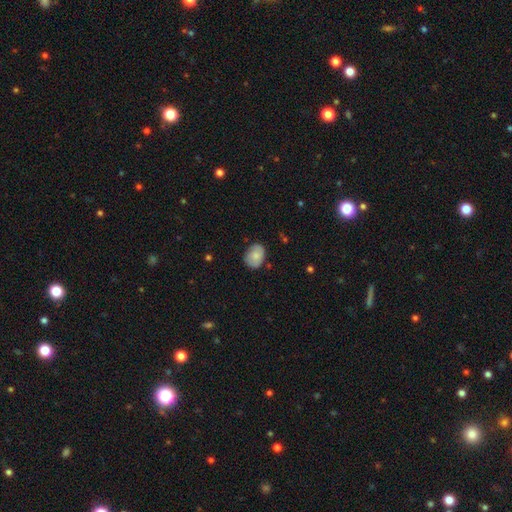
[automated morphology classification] type=smooth (77%); roundness=in between (67%); merging=none (77%).